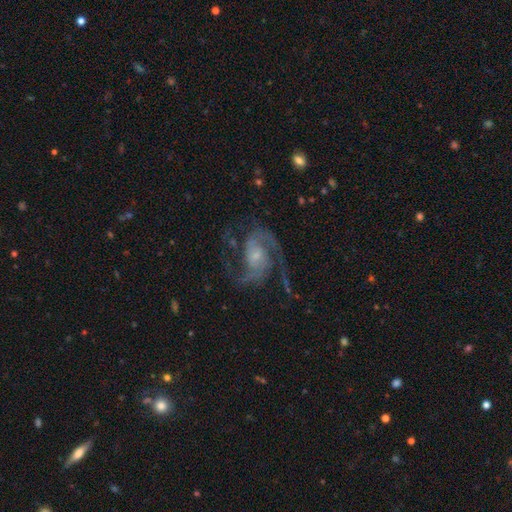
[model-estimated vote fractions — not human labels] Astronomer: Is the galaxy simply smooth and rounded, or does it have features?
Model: featured or disk — 90%.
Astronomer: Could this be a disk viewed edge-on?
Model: no — 98%.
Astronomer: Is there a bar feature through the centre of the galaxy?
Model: no — 50% (runner-up: weak, 39%).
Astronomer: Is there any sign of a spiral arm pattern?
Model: yes — 98%.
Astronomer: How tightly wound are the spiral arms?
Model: medium — 60%.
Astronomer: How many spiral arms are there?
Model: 2 — 80%.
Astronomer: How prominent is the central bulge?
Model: small — 63%.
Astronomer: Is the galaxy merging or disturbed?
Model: none — 68%.